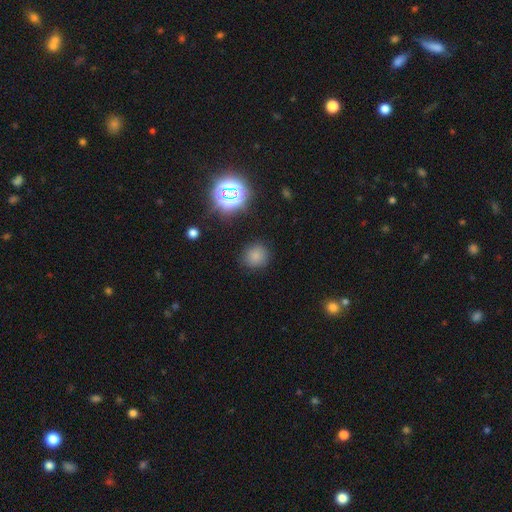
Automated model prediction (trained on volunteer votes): This is likely a smooth galaxy (76%). How rounded: clearly round (85%). Merging: clearly none (85%).